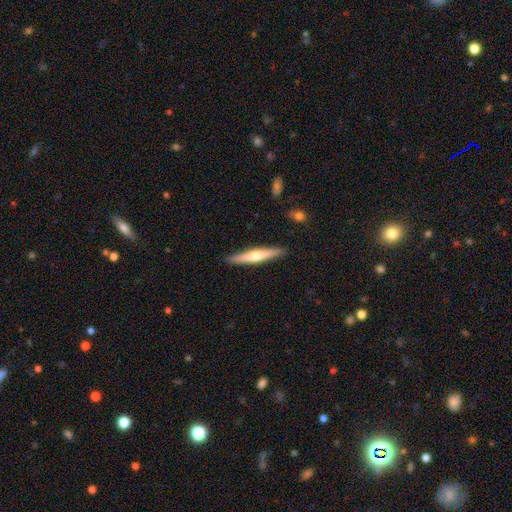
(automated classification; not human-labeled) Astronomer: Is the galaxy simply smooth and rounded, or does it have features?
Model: featured or disk — 49% (runner-up: smooth, 45%).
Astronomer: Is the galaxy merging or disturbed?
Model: none — 90%.